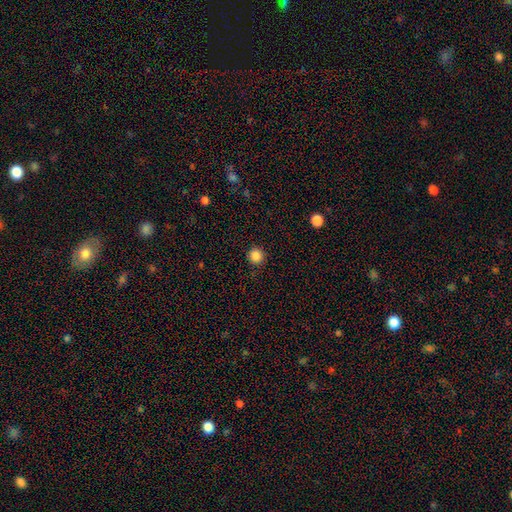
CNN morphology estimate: The model was most divided on "smooth or featured": smooth: 86%, star or artifact: 11%, featured or disk: 3%. More confident: how rounded — round (96%); merging — none (92%).